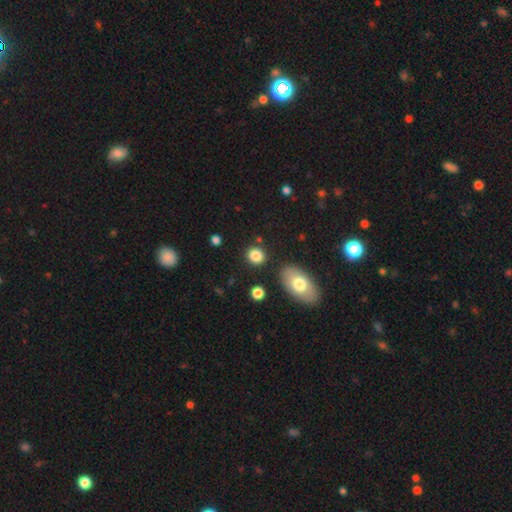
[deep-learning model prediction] Q: Smooth or featured?
A: smooth (85%); runner-up: star or artifact (9%)
Q: How rounded?
A: round (80%); runner-up: in between (19%)
Q: Merging?
A: none (85%); runner-up: minor disturbance (8%)